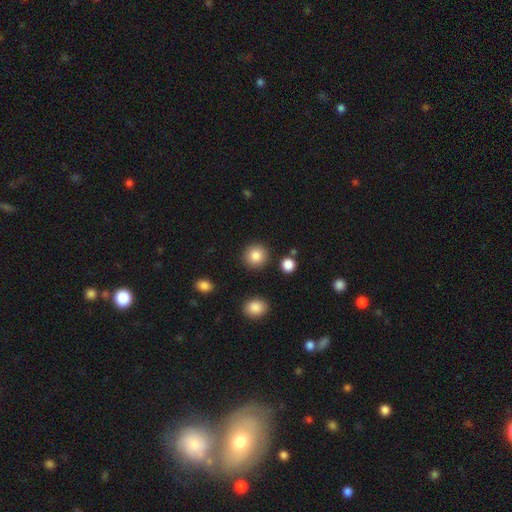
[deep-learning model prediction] A smooth galaxy with no disk features (85%) that is round (91%).

Vote fractions:
- Smooth or featured? smooth: 85% / star or artifact: 9% / featured or disk: 6%
- How rounded? round: 91% / in between: 8% / cigar-shaped: 1%
- Merging? none: 88% / minor disturbance: 6% / merger: 3% / major disturbance: 2%